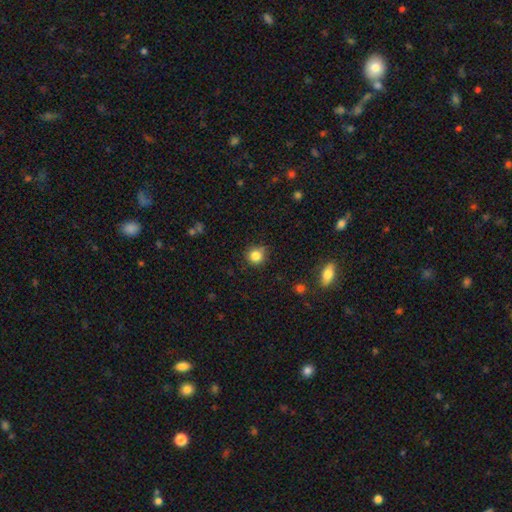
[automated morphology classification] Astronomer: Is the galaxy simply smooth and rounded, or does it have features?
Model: smooth — 83%.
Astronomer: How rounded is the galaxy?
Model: round — 90%.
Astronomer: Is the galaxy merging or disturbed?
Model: none — 80%.